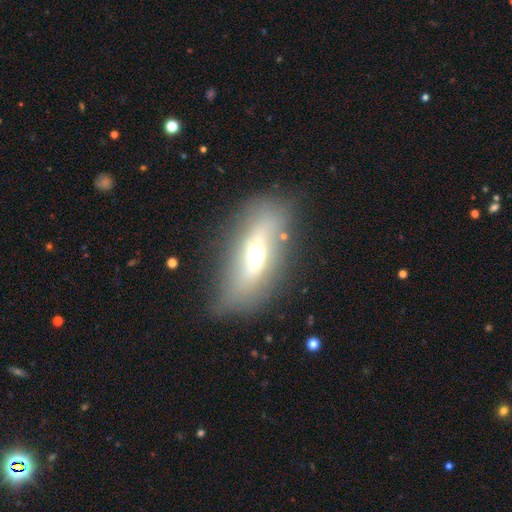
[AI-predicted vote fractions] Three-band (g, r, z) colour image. It shows a featured or disk galaxy (51%). Merging: none (71%).